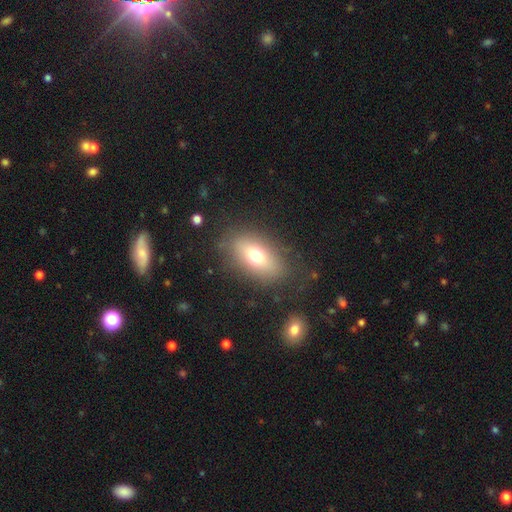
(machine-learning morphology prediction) smooth 68%, featured or disk 21%, star or artifact 11%. Down the decision tree: how rounded — in between (82%); merging — none (80%).